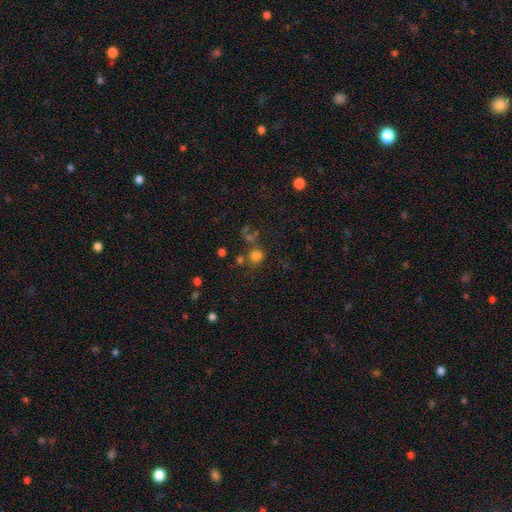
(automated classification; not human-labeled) Morphology: type=smooth (74%); roundness=round (82%); merging=none (63%).